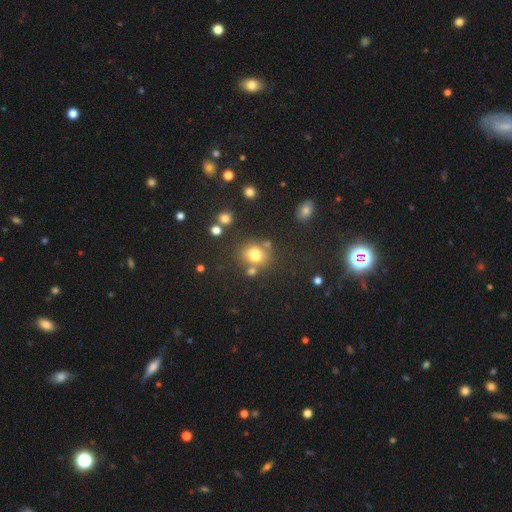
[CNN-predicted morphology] A smooth galaxy with no disk features (74%) that is round (74%). Merging: none (67%).